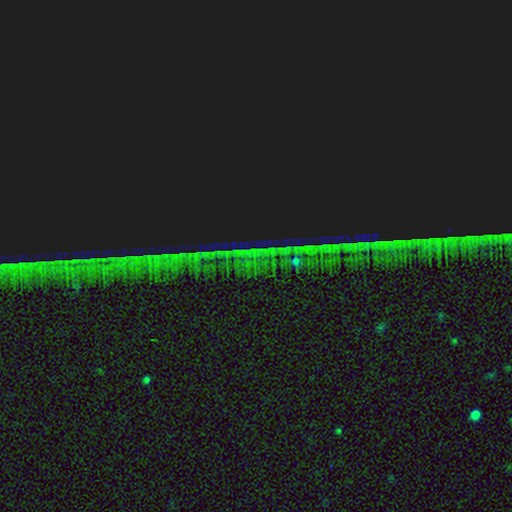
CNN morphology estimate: Smooth or featured?
  - star or artifact: 87% *
  - featured or disk: 7%
  - smooth: 6%